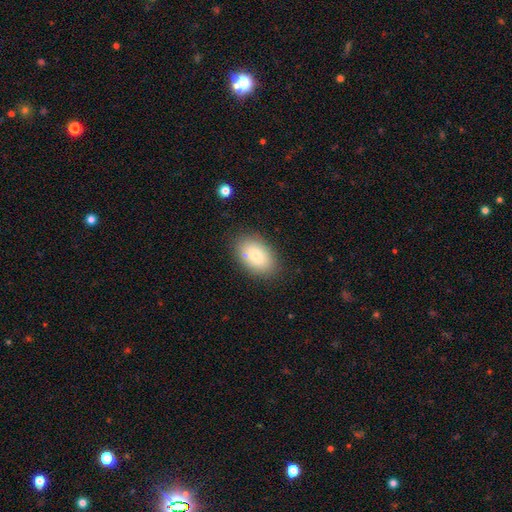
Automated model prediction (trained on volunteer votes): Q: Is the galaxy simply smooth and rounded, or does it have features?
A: smooth — 81%.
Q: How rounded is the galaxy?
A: in between — 92%.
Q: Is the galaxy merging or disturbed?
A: none — 83%.